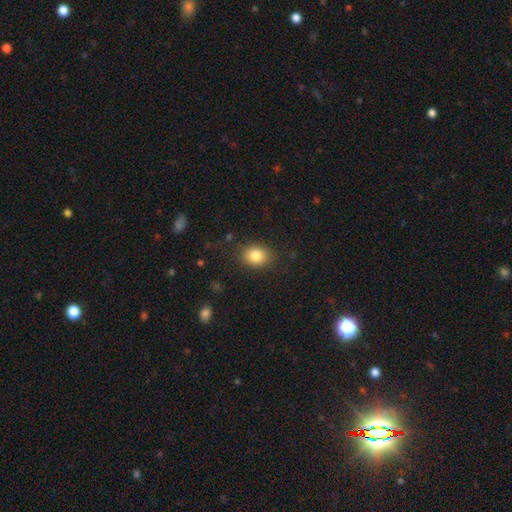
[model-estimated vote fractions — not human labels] Q: Smooth or featured?
A: smooth (83%); runner-up: star or artifact (10%)
Q: How rounded?
A: in between (56%); runner-up: round (43%)
Q: Merging?
A: none (85%); runner-up: minor disturbance (11%)